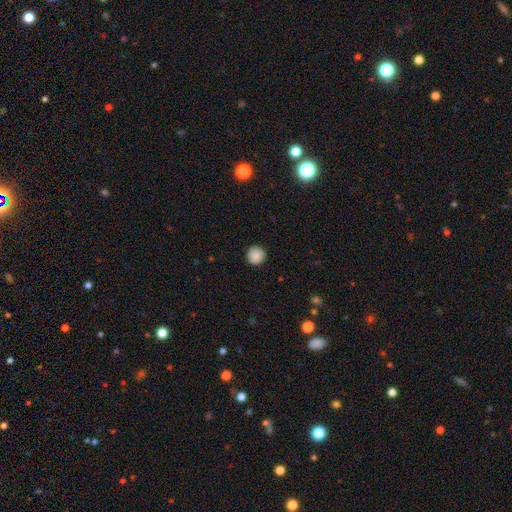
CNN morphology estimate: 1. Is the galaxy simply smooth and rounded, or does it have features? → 88% smooth, 8% star or artifact, 4% featured or disk.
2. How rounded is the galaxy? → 94% round, 5% in between, 1% cigar-shaped.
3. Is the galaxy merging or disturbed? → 88% none, 9% minor disturbance, 2% major disturbance, 1% merger.